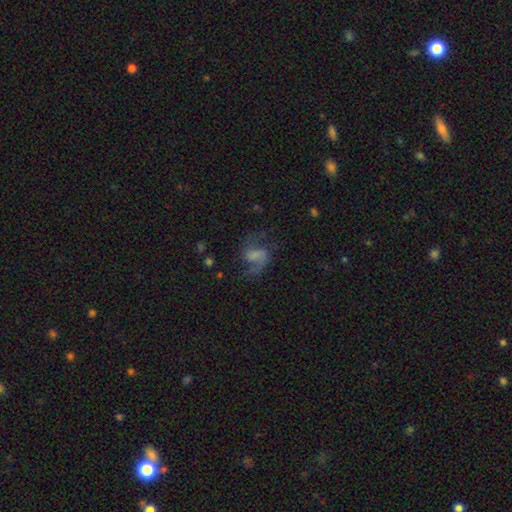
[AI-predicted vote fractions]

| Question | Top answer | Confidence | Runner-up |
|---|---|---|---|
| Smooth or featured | featured or disk | 74% | smooth (17%) |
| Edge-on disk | no | 98% | yes (2%) |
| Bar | weak | 48% | no (34%) |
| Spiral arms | yes | 92% | no (8%) |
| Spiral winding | loose | 51% | medium (42%) |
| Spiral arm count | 2 | 87% | 1 (6%) |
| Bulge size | none | 41% | small (21%) |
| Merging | none | 58% | major disturbance (22%) |